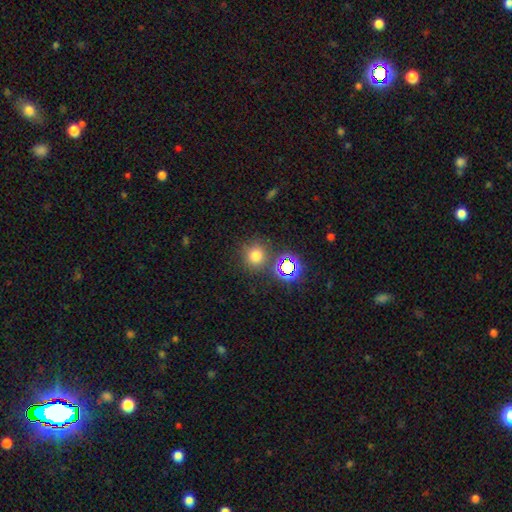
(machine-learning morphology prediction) Smooth or featured? Predicted: smooth (p=0.70). How rounded? Predicted: round (p=0.89). Merging? Predicted: none (p=0.79).